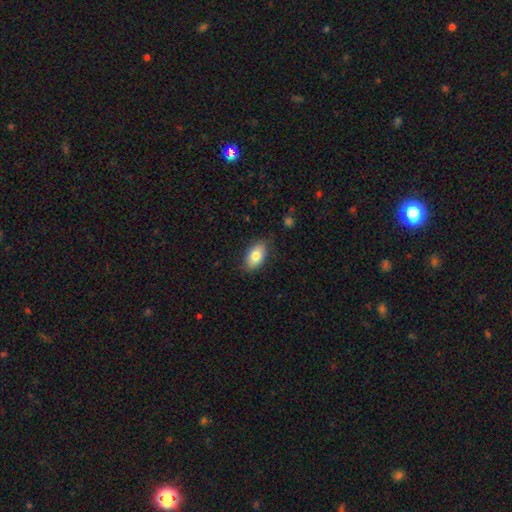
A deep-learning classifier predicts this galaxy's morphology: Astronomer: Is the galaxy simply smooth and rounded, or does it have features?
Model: smooth — 79%.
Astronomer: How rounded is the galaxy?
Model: in between — 91%.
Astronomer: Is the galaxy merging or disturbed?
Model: none — 80%.